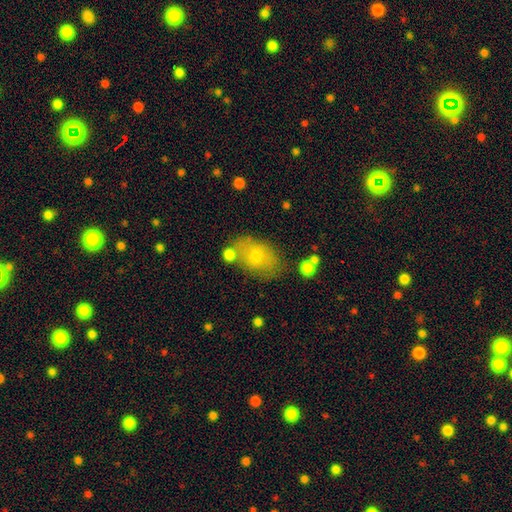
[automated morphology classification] Smooth or featured? smooth (66%)
How rounded? in between (82%)
Merging? none (65%)